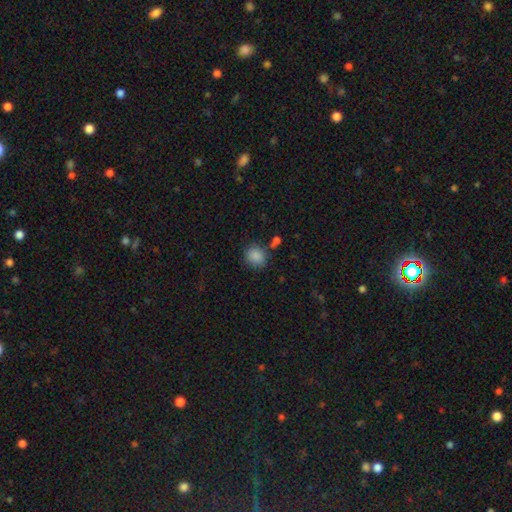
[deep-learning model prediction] smooth_or_featured: smooth (p=0.87) [alt: star or artifact p=0.09]
how_rounded: round (p=0.69) [alt: in between p=0.30]
merging: none (p=0.75) [alt: minor disturbance p=0.13]